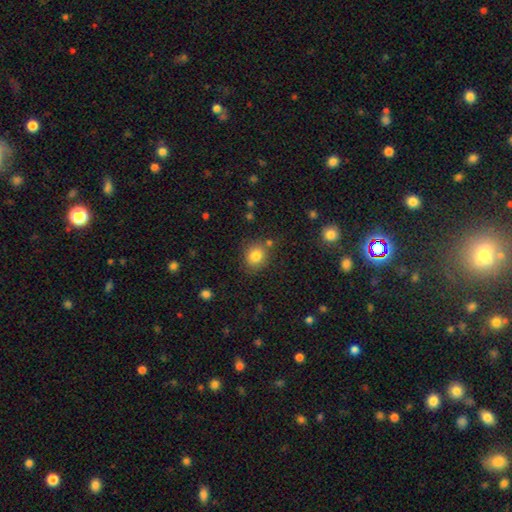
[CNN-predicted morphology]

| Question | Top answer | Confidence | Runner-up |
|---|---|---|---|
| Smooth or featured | smooth | 82% | star or artifact (11%) |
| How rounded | round | 71% | in between (28%) |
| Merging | none | 77% | minor disturbance (12%) |